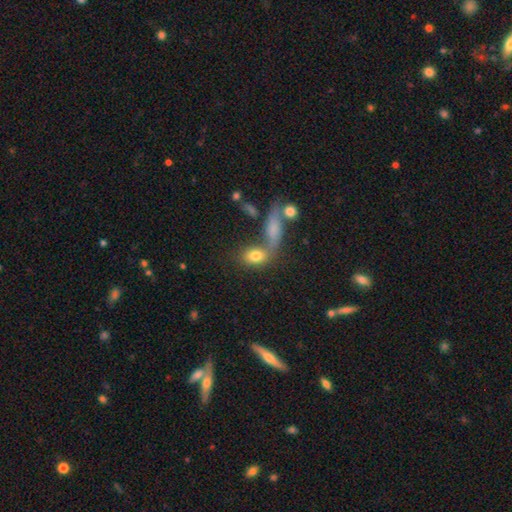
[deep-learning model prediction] Morphology: type=smooth (76%); roundness=in between (66%); merging=none (41%).